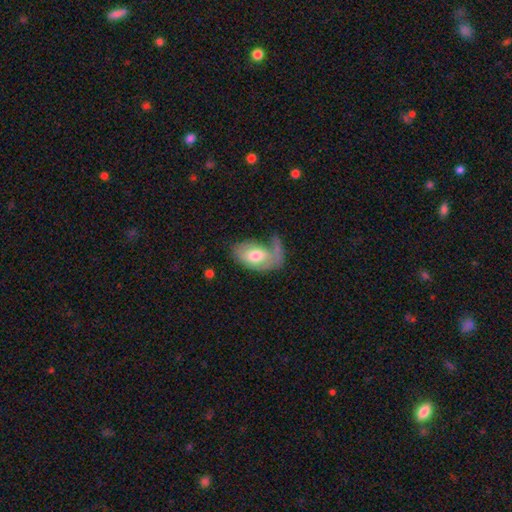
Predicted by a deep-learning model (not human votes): smooth_or_featured: smooth (p=0.60) [alt: featured or disk p=0.34]
how_rounded: in between (p=0.91) [alt: round p=0.07]
merging: none (p=0.31) [alt: major disturbance p=0.30]